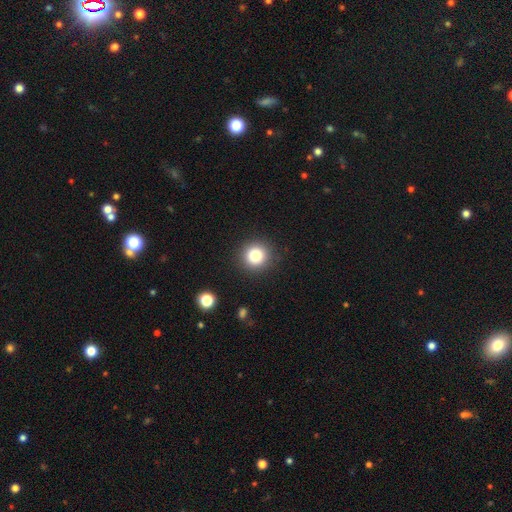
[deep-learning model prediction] smooth 83%, star or artifact 11%, featured or disk 6%. Down the decision tree: how rounded — round (93%); merging — none (90%).